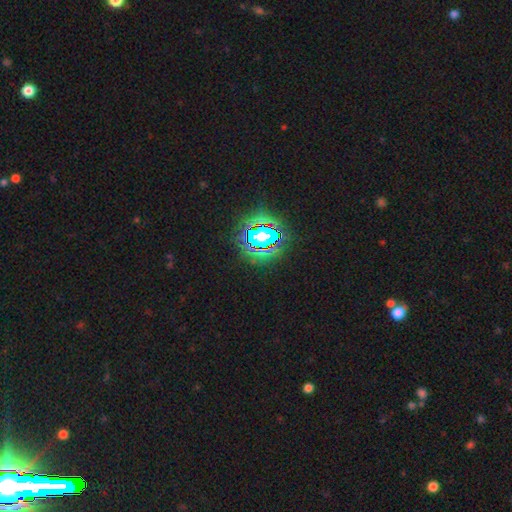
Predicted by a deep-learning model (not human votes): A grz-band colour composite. It shows a star or artifact, not a galaxy (81%).